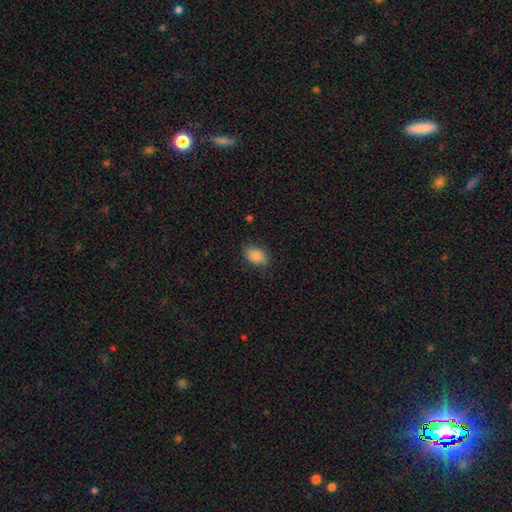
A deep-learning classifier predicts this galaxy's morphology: smooth-or-featured: smooth: 85% | star or artifact: 7% | featured or disk: 7%
  how-rounded: in between: 87% | round: 12% | cigar-shaped: 1%
  merging: none: 79% | minor disturbance: 16% | major disturbance: 4% | merger: 1%